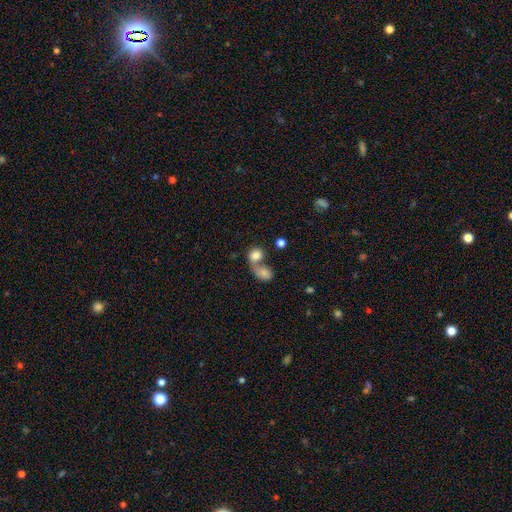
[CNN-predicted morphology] A smooth galaxy with no disk features (80%) that is round (54%). Merging: merger (67%).